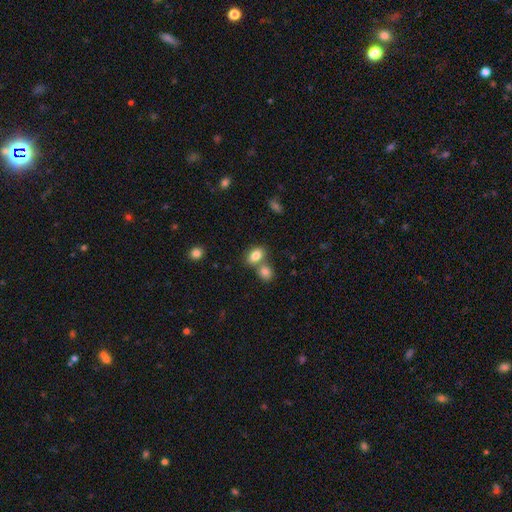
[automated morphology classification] Smooth or featured: smooth — 83% (star or artifact — 9%)
How rounded: in between — 83% (round — 15%)
Merging: none — 49% (merger — 38%)